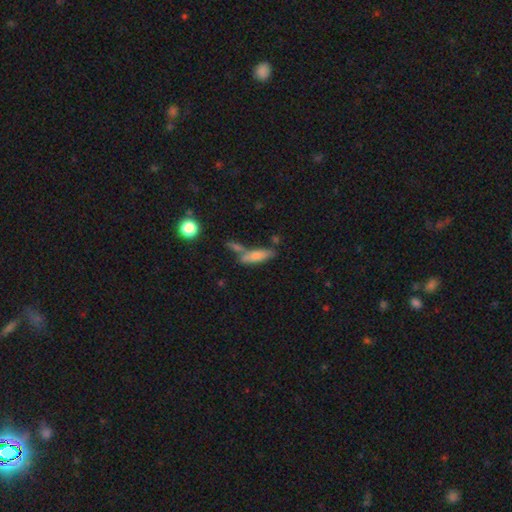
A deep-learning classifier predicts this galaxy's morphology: smooth-or-featured: smooth: 72% | featured or disk: 19% | star or artifact: 8%
  how-rounded: cigar-shaped: 56% | in between: 42% | round: 3%
  merging: none: 53% | merger: 27% | minor disturbance: 14% | major disturbance: 5%